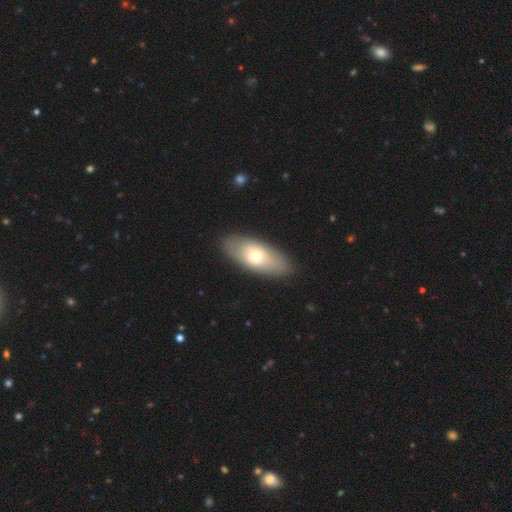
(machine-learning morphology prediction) This is possibly a smooth galaxy (59%). How rounded: clearly in between (84%). Merging: clearly none (87%).